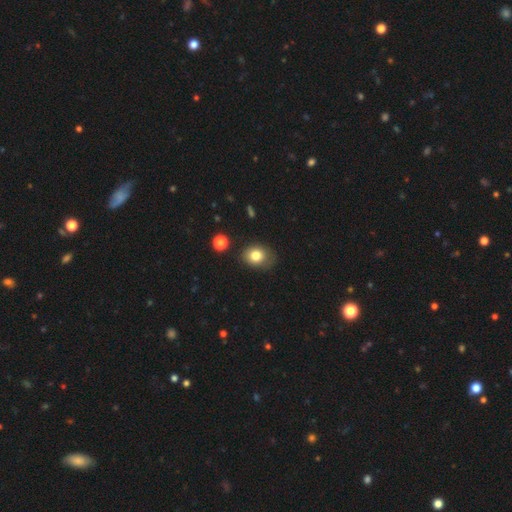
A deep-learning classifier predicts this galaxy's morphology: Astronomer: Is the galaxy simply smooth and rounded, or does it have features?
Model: smooth — 80%.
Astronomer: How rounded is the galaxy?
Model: round — 52% (runner-up: in between, 47%).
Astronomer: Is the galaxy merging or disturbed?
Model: none — 73%.